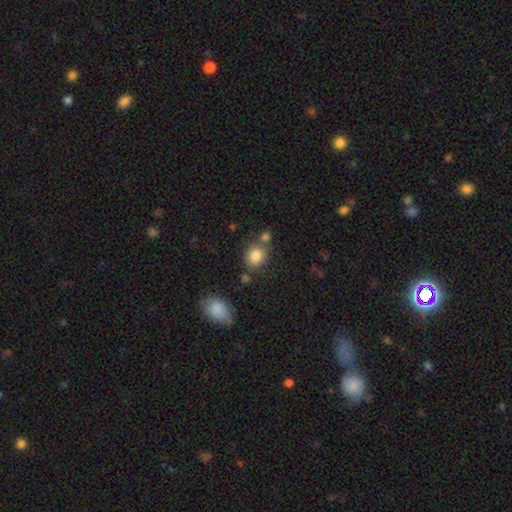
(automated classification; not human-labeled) smooth-or-featured: smooth: 84% | star or artifact: 9% | featured or disk: 6%
  how-rounded: round: 64% | in between: 35% | cigar-shaped: 1%
  merging: none: 62% | merger: 20% | minor disturbance: 14% | major disturbance: 5%